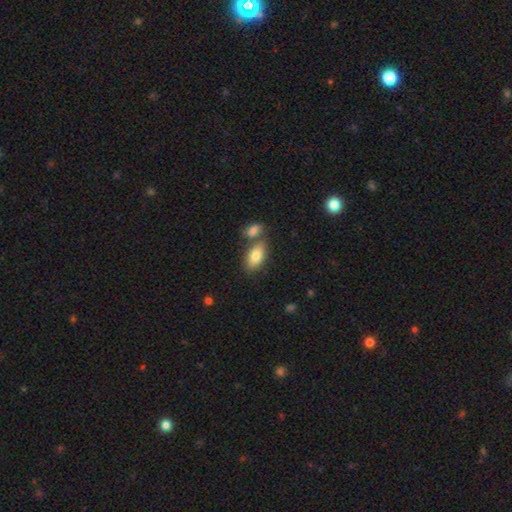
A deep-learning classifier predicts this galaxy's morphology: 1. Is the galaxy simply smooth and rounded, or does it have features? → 81% smooth, 12% featured or disk, 7% star or artifact.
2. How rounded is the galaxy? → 90% in between, 6% cigar-shaped, 5% round.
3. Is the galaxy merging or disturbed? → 55% none, 29% merger, 12% minor disturbance, 4% major disturbance.